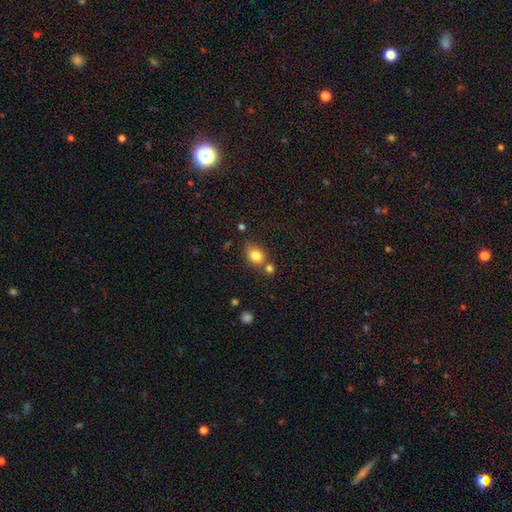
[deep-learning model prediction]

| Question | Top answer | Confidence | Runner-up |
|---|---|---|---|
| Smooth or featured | smooth | 81% | star or artifact (11%) |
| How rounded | round | 54% | in between (45%) |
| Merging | none | 61% | merger (21%) |